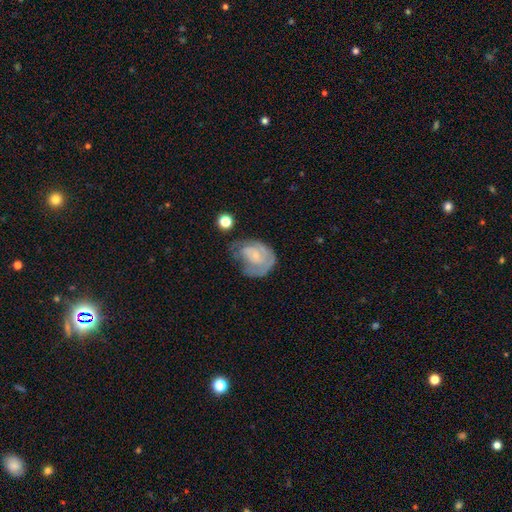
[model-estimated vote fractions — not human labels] This appears to be a featured or disk galaxy (65%) with no bar (69%), spiral arms (76%) and a small central bulge (71%). Merging: none (41%).